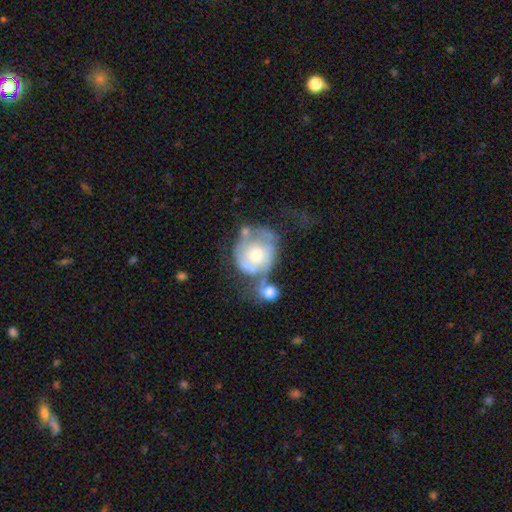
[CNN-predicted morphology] The model was most divided on "merging": none: 28%, major disturbance: 26%, merger: 25%, minor disturbance: 21%. More confident: edge-on disk — no (97%); bar — no (84%); smooth or featured — featured or disk (60%); bulge size — moderate (58%); spiral arms — yes (54%).